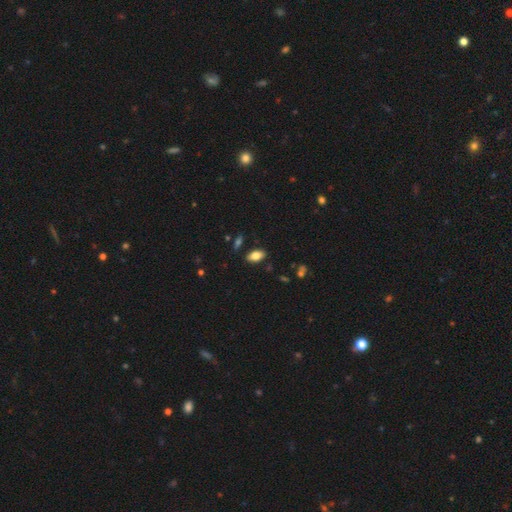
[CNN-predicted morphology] Smooth or featured? Predicted: smooth (p=0.82). How rounded? Predicted: in between (p=0.93). Merging? Predicted: none (p=0.86).